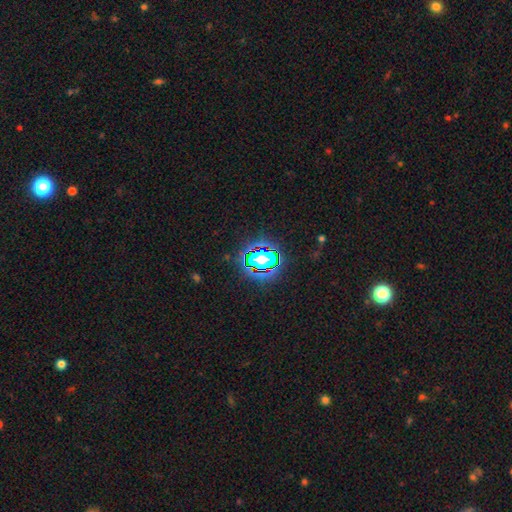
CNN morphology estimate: Smooth or featured?
  - star or artifact: 79% *
  - smooth: 13%
  - featured or disk: 8%